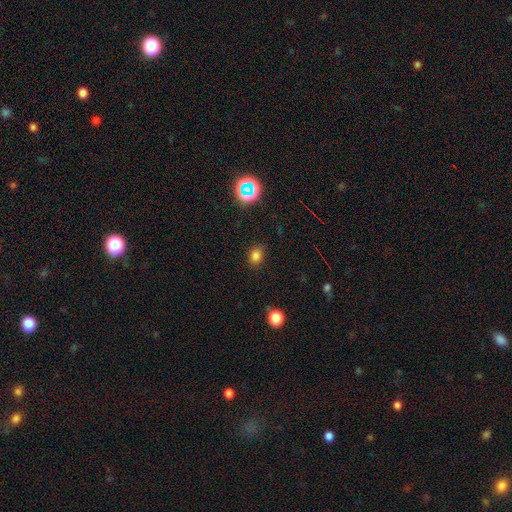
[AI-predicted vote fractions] This is likely a smooth galaxy (78%). How rounded: possibly round (50%). Merging: clearly none (85%).